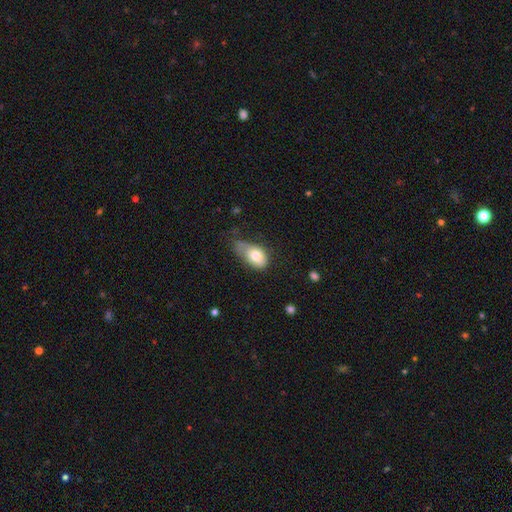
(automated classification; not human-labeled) A smooth galaxy with no disk features (74%) that is in between round and cigar-shaped (88%). Merging: minor disturbance (41%).